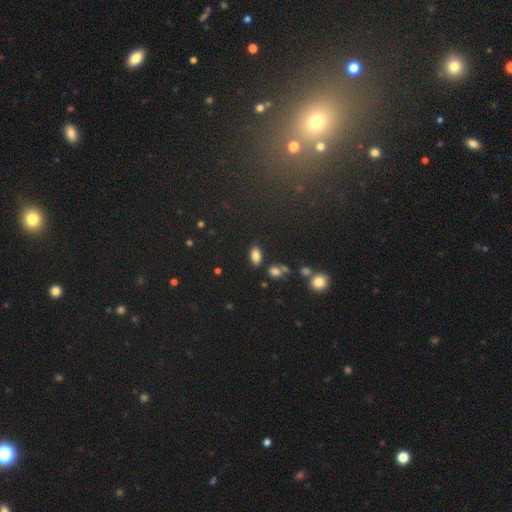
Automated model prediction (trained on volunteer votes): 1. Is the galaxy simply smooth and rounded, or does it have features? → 82% smooth, 10% star or artifact, 8% featured or disk.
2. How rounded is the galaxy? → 91% in between, 6% round, 3% cigar-shaped.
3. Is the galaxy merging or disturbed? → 82% none, 10% minor disturbance, 5% merger, 3% major disturbance.